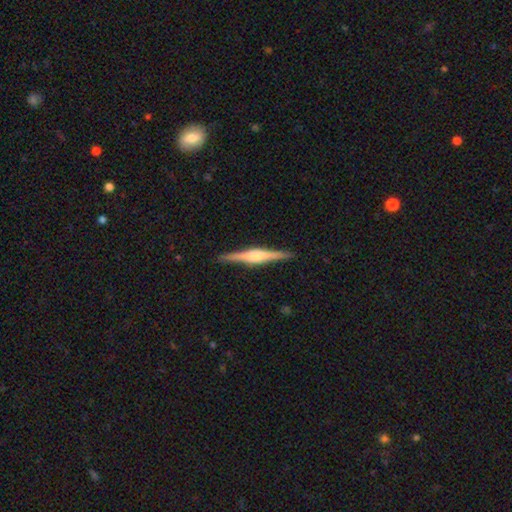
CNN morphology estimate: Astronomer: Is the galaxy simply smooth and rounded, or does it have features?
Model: featured or disk — 78%.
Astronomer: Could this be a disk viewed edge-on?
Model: yes — 98%.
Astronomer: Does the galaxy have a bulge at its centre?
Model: rounded — 73%.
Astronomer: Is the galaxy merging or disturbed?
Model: none — 91%.